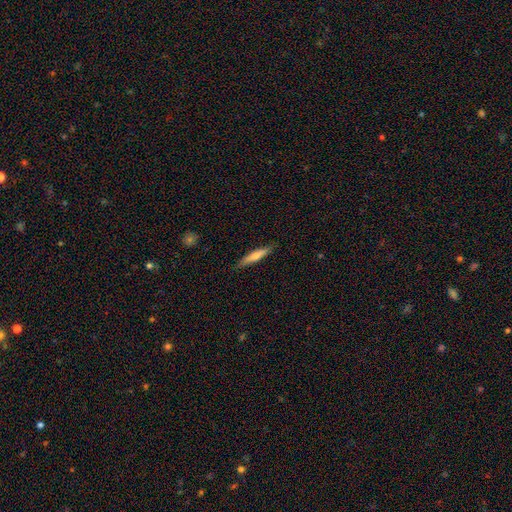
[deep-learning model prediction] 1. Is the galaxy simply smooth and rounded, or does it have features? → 62% smooth, 32% featured or disk, 6% star or artifact.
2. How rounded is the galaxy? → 88% cigar-shaped, 11% in between, 1% round.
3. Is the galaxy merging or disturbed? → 87% none, 10% minor disturbance, 2% major disturbance, 1% merger.